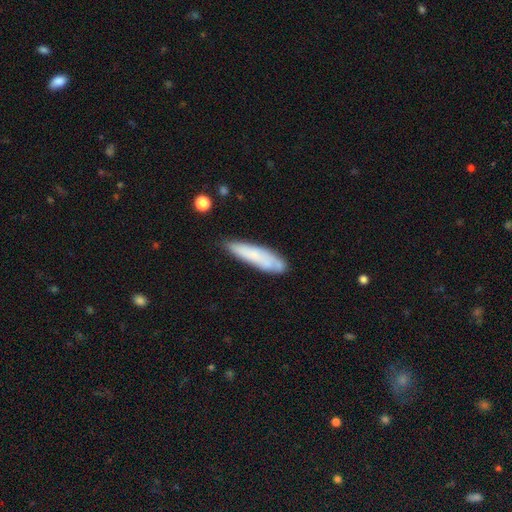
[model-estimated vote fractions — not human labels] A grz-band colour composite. It shows a smooth galaxy with no disk features (64%) that is cigar-shaped (70%). Merging: none (66%).